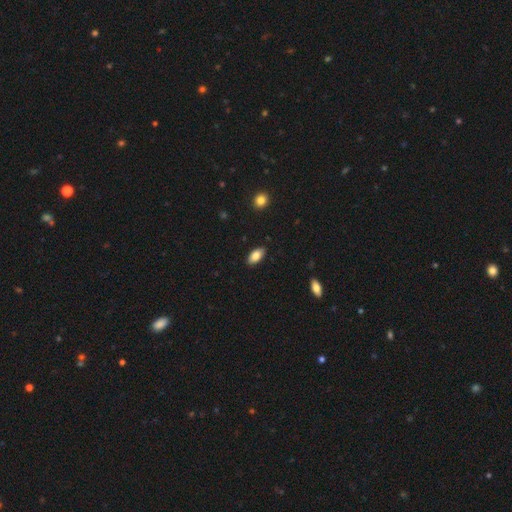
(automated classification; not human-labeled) Smooth or featured? smooth (84%)
How rounded? in between (92%)
Merging? none (88%)